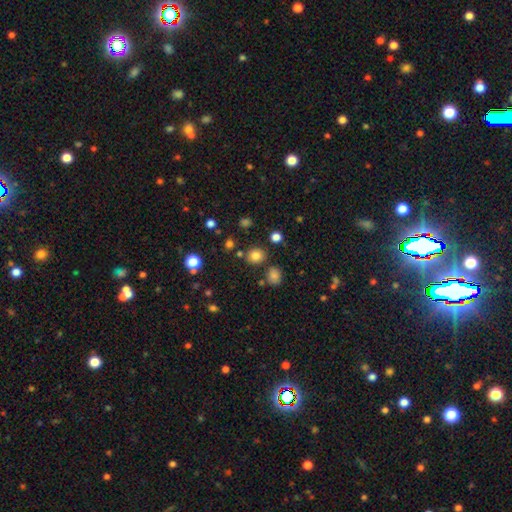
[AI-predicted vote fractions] A smooth galaxy with no disk features (80%) that is round (76%). Merging: none (81%).